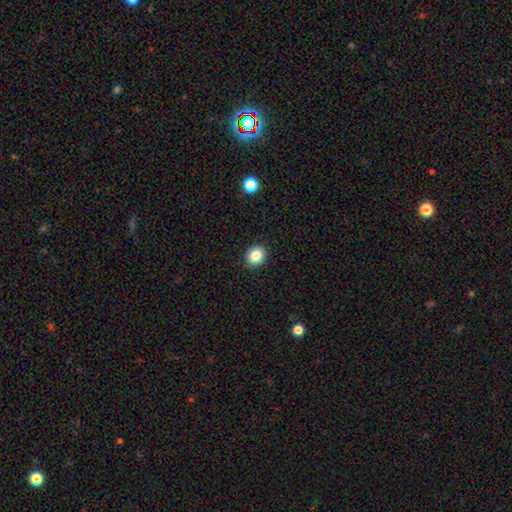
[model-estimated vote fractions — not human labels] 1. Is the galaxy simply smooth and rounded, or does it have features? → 86% smooth, 10% star or artifact, 5% featured or disk.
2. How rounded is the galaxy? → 66% round, 33% in between, 1% cigar-shaped.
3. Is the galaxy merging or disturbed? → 91% none, 6% minor disturbance, 2% major disturbance, 1% merger.